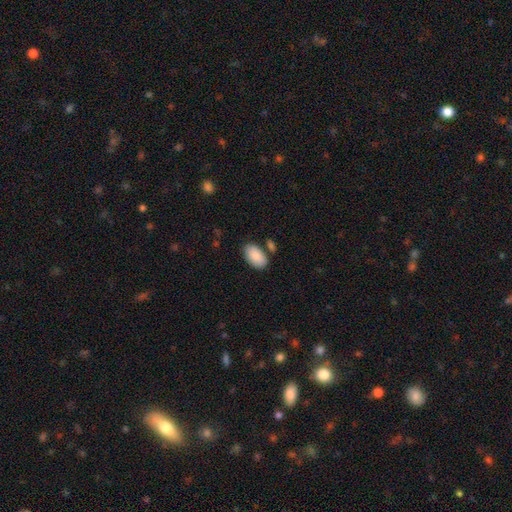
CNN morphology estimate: A smooth galaxy with no disk features (88%) that is in between round and cigar-shaped (95%). Merging: none (74%).